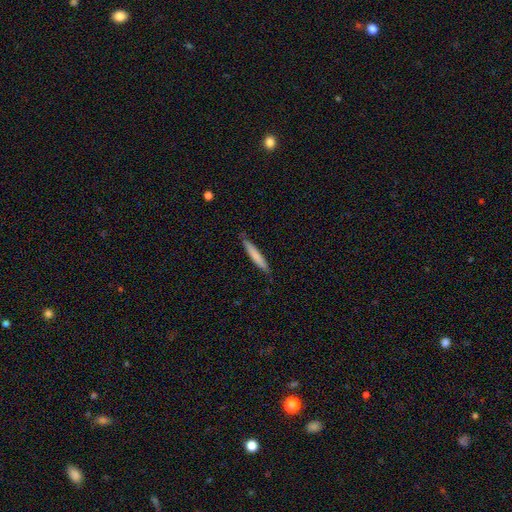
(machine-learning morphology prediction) A smooth galaxy with no disk features (75%) that is cigar-shaped (95%). Merging: none (86%).